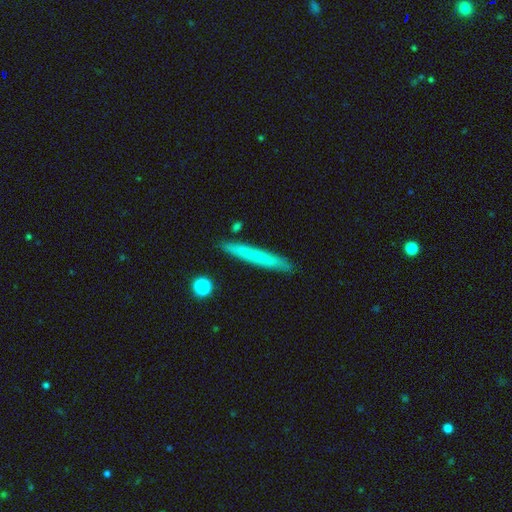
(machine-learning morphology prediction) smooth 64%, featured or disk 29%, star or artifact 7%. Down the decision tree: how rounded — cigar-shaped (96%); merging — none (87%).